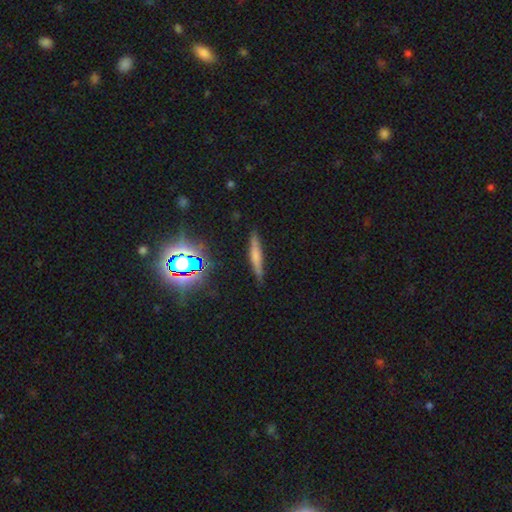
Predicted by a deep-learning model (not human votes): Smooth or featured: smooth — 55% (featured or disk — 33%)
How rounded: cigar-shaped — 90% (in between — 7%)
Merging: none — 85% (minor disturbance — 11%)